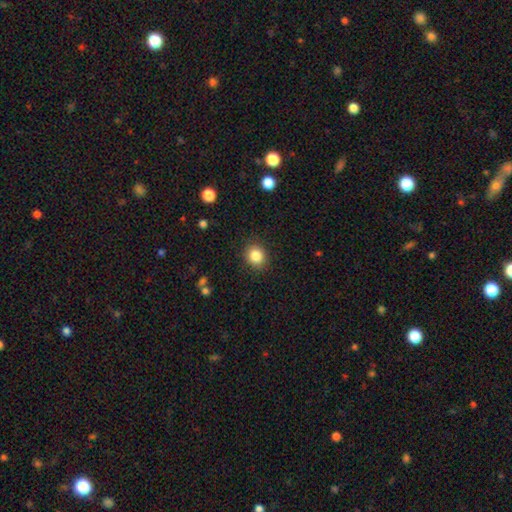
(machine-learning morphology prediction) Smooth or featured?
  - smooth: 85% *
  - star or artifact: 10%
  - featured or disk: 5%
How rounded?
  - round: 78% *
  - in between: 22%
  - cigar-shaped: 1%
Merging?
  - none: 89% *
  - minor disturbance: 8%
  - major disturbance: 2%
  - merger: 1%